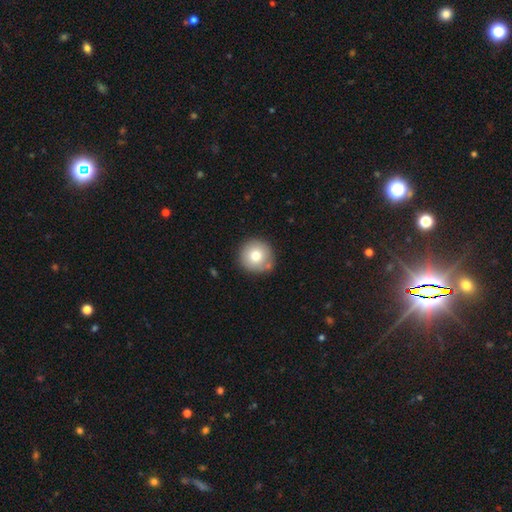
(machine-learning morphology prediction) A smooth galaxy with no disk features (77%) that is round (95%). Merging: none (80%).